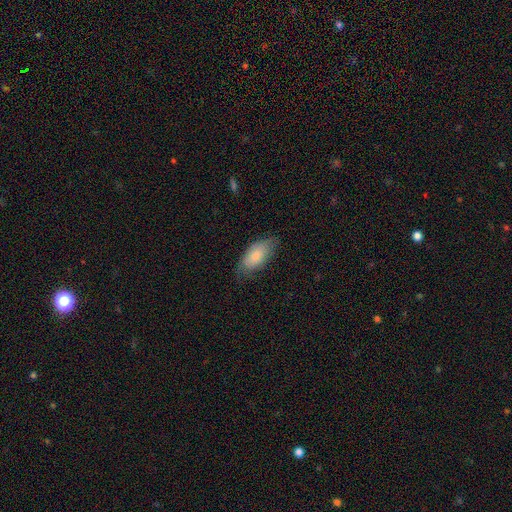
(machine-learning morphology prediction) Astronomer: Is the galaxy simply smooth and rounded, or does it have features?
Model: smooth — 77%.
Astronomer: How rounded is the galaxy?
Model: in between — 91%.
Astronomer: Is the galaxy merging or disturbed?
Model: none — 64%.